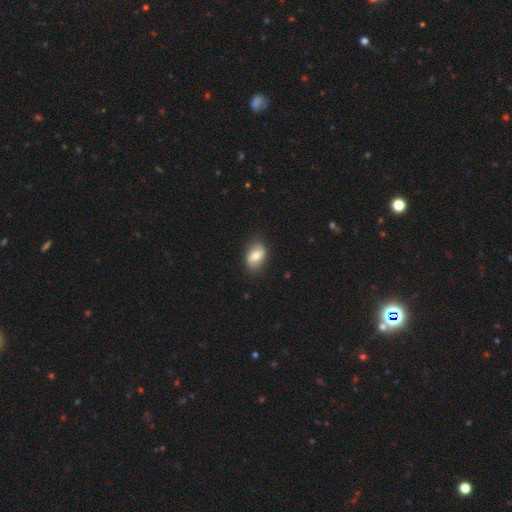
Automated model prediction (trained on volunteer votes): smooth-or-featured: smooth: 64% | featured or disk: 28% | star or artifact: 7%
  how-rounded: in between: 83% | round: 15% | cigar-shaped: 2%
  merging: none: 82% | minor disturbance: 14% | major disturbance: 3% | merger: 1%